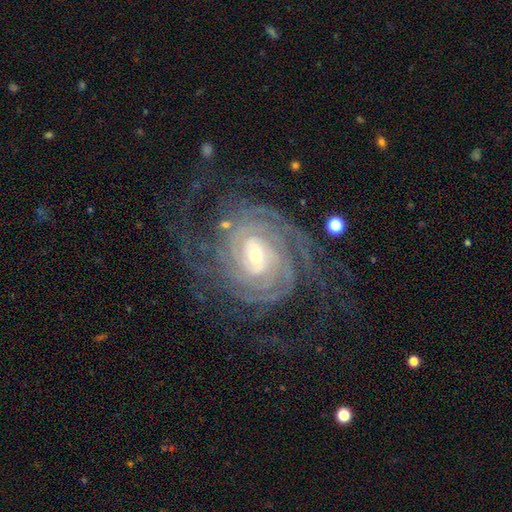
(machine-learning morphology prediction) A featured or disk galaxy (92%) with a weak bar (41%), 2 (22%) tight (79%) spiral arms (99%) and a small central bulge (60%). Merging: none (71%).